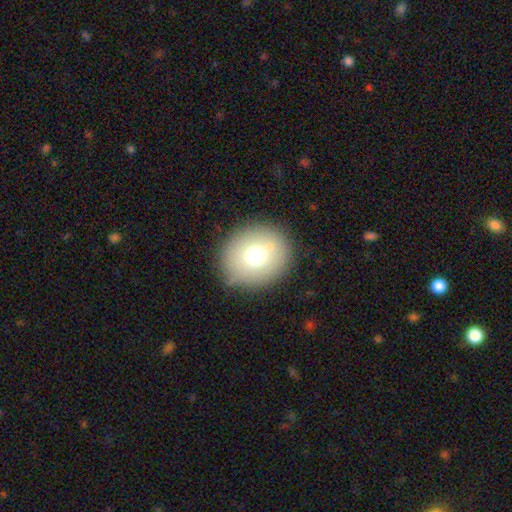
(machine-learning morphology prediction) smooth 71%, featured or disk 17%, star or artifact 12%. Down the decision tree: how rounded — round (80%); merging — none (80%).